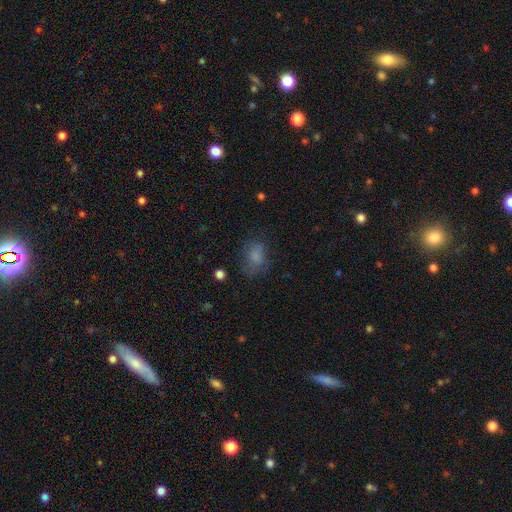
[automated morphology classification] Smooth or featured: smooth — 76% (star or artifact — 12%)
How rounded: in between — 68% (round — 30%)
Merging: none — 60% (minor disturbance — 23%)